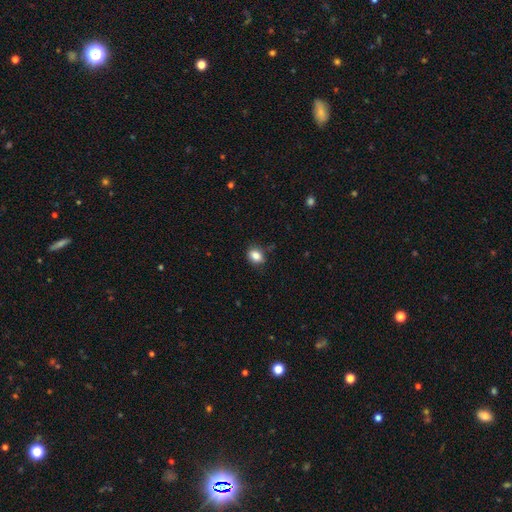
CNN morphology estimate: A smooth galaxy with no disk features (84%) that is in between round and cigar-shaped (59%).

Vote fractions:
- Smooth or featured? smooth: 84% / star or artifact: 10% / featured or disk: 7%
- How rounded? in between: 59% / round: 40% / cigar-shaped: 1%
- Merging? none: 76% / minor disturbance: 18% / major disturbance: 4% / merger: 2%